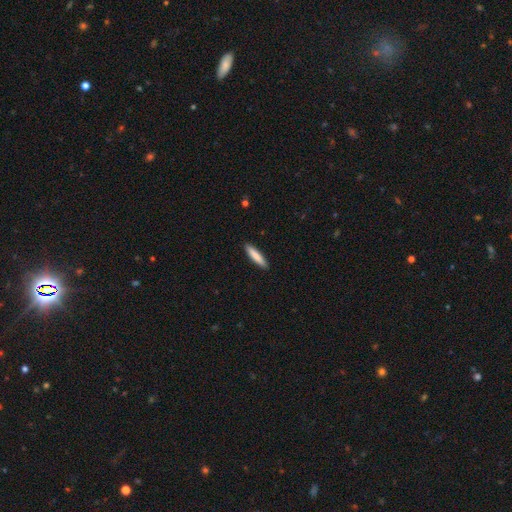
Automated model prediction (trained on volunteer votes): A smooth galaxy with no disk features (84%) that is cigar-shaped (85%). Merging: none (91%).